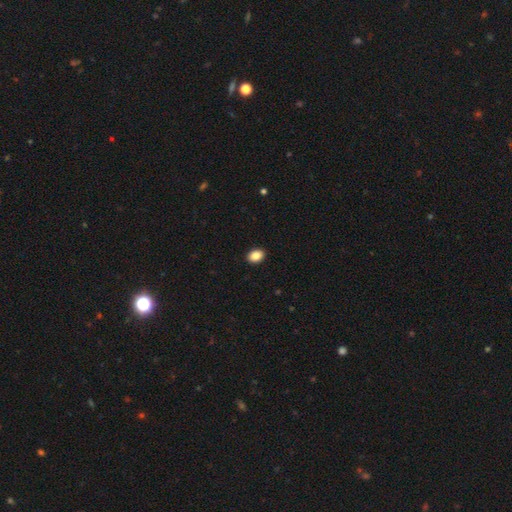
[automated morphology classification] A smooth galaxy with no disk features (87%) that is in between round and cigar-shaped (72%).

Vote fractions:
- Smooth or featured? smooth: 87% / star or artifact: 8% / featured or disk: 4%
- How rounded? in between: 72% / round: 27% / cigar-shaped: 1%
- Merging? none: 92% / minor disturbance: 6% / major disturbance: 2% / merger: 1%